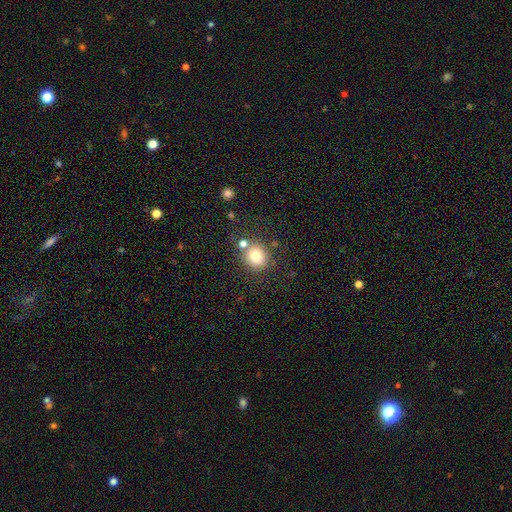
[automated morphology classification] This appears to be a smooth galaxy with no disk features (78%) that is round (86%). Merging: none (72%).